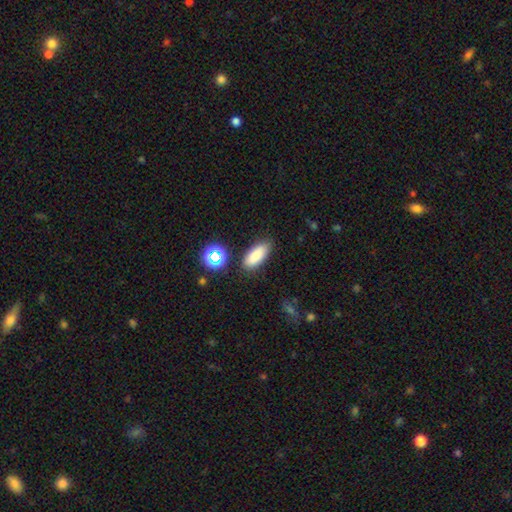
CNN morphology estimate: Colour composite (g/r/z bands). It shows a smooth galaxy with no disk features (83%) that is in between round and cigar-shaped (80%). Merging: none (84%).